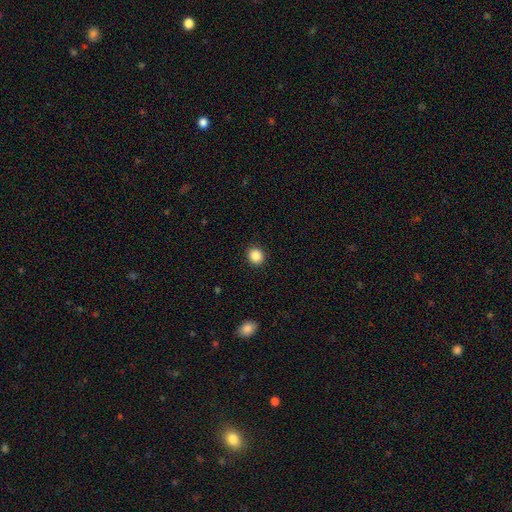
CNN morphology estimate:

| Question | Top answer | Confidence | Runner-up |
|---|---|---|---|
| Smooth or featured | smooth | 88% | star or artifact (9%) |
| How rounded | round | 77% | in between (23%) |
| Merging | none | 91% | minor disturbance (6%) |